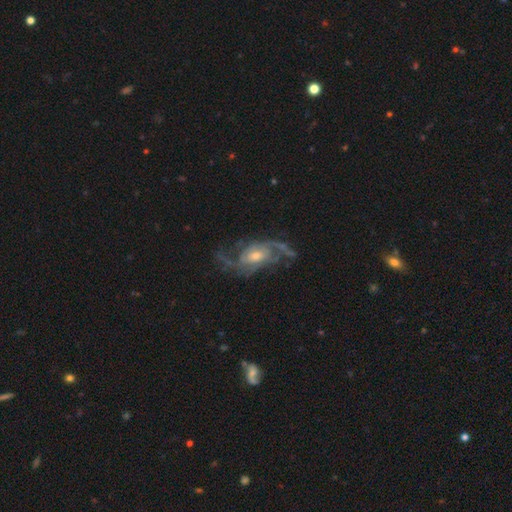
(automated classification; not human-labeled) Smooth or featured? featured or disk (88%)
Edge-on disk? no (96%)
Bar? no (56%)
Spiral arms? yes (95%)
Spiral winding? loose (43%)
Spiral arm count? 2 (57%)
Bulge size? moderate (55%)
Merging? none (62%)